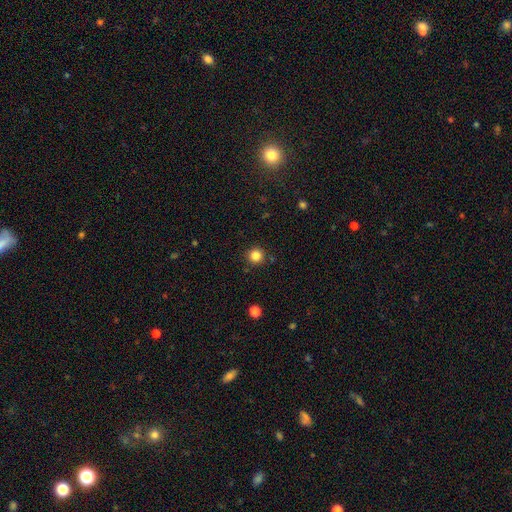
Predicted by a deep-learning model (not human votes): Q: Smooth or featured?
A: smooth (84%); runner-up: star or artifact (12%)
Q: How rounded?
A: round (95%); runner-up: in between (4%)
Q: Merging?
A: none (89%); runner-up: minor disturbance (6%)